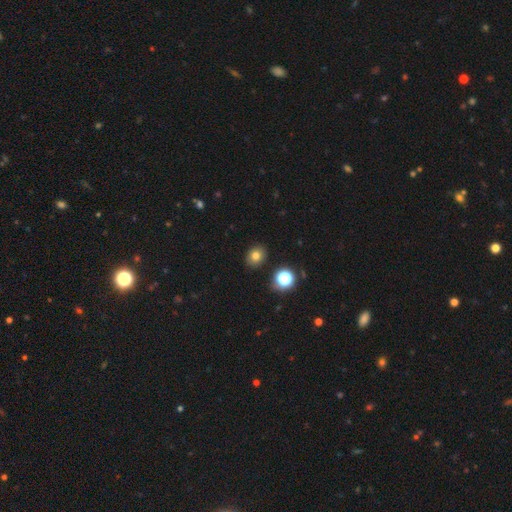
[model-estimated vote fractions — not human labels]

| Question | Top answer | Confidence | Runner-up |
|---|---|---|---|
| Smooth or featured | smooth | 77% | star or artifact (15%) |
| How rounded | round | 57% | in between (42%) |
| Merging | none | 87% | minor disturbance (8%) |